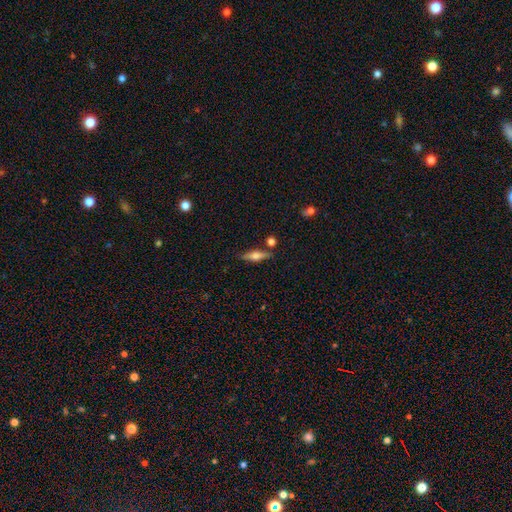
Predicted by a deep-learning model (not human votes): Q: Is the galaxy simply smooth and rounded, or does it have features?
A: featured or disk — 54%.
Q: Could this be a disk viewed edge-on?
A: yes — 94%.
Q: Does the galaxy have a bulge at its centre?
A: rounded — 89%.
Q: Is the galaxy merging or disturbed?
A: none — 80%.